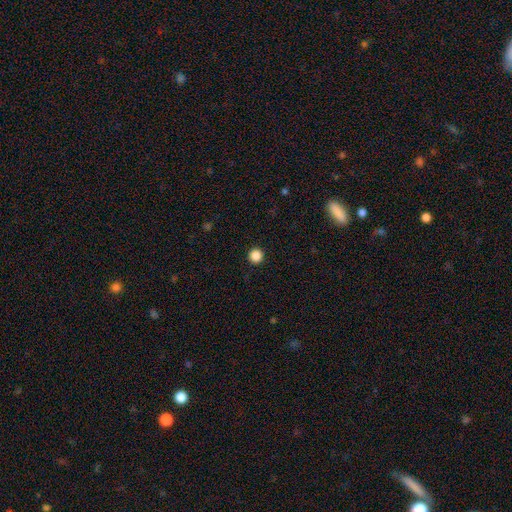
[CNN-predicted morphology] Overall: smooth (87%). How rounded: round (96%). Merging: none (93%).